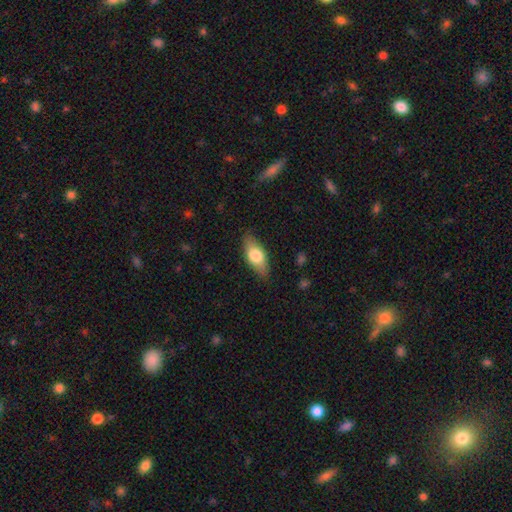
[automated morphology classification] The model was most divided on "smooth or featured": smooth: 72%, featured or disk: 22%, star or artifact: 6%. More confident: merging — none (84%); how rounded — in between (82%).